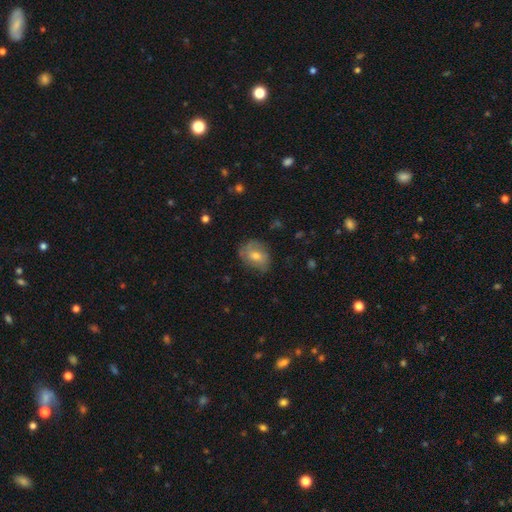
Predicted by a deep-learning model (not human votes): Smooth or featured?
  - smooth: 65% *
  - featured or disk: 27%
  - star or artifact: 8%
How rounded?
  - in between: 58% *
  - round: 41%
  - cigar-shaped: 1%
Merging?
  - none: 63% *
  - minor disturbance: 27%
  - major disturbance: 9%
  - merger: 2%